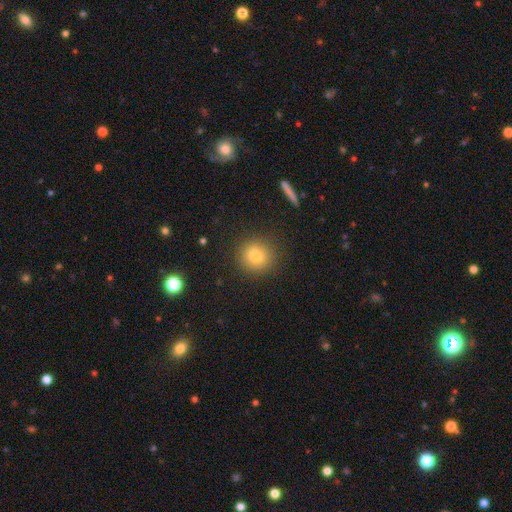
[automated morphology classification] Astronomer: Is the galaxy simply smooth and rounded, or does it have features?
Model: smooth — 80%.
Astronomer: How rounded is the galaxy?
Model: round — 90%.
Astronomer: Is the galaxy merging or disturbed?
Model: none — 89%.